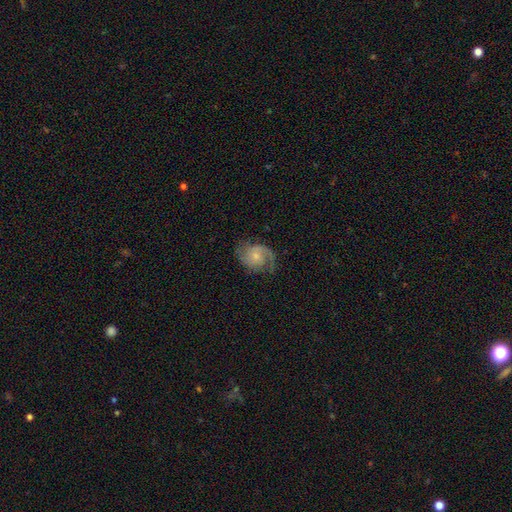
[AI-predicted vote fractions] This is likely a featured or disk galaxy (77%). It is clearly not viewed edge-on (98%). Bar: likely no (68%). Spiral arm pattern: clearly yes (94%). Spiral arm count: likely 2 (78%). Spiral winding: possibly medium (48%). Central bulge: possibly small (58%). Merging: likely none (68%).